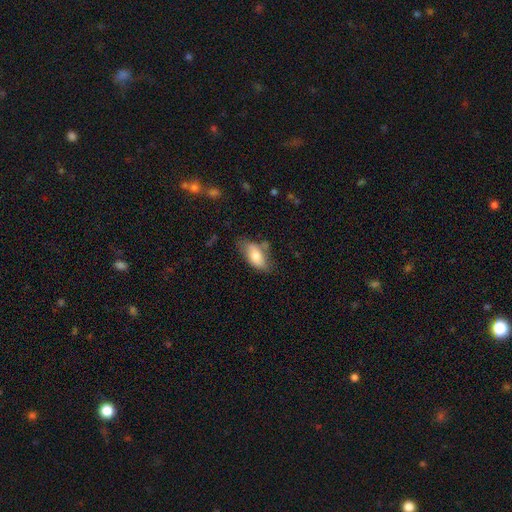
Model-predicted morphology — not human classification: Smooth or featured? Predicted: smooth (p=0.74). How rounded? Predicted: in between (p=0.89). Merging? Predicted: none (p=0.59).